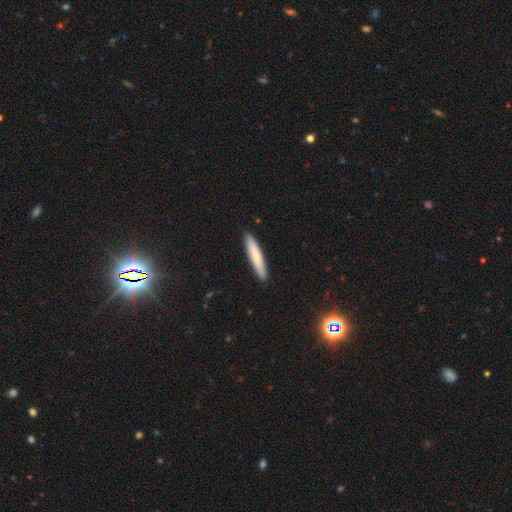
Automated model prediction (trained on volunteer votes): Smooth or featured? smooth (72%)
How rounded? cigar-shaped (93%)
Merging? none (91%)